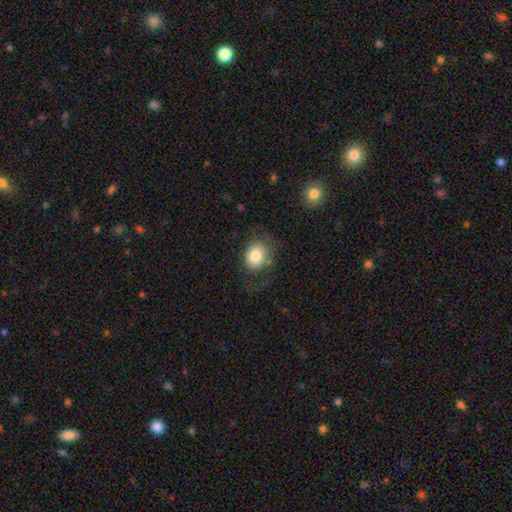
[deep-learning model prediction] This appears to be a smooth galaxy with no disk features (79%) that is round (55%). Merging: none (65%).